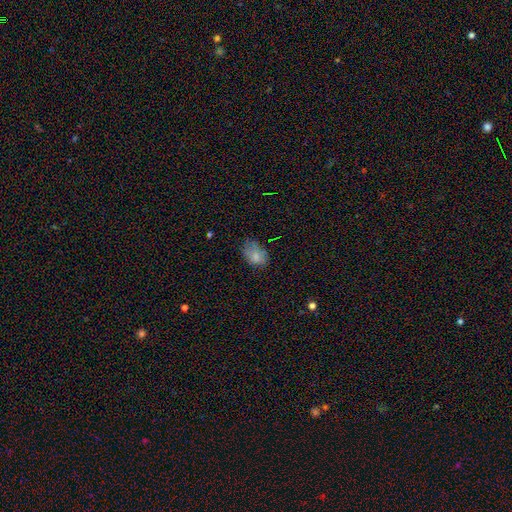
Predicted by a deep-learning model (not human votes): Smooth or featured? smooth (78%)
How rounded? in between (81%)
Merging? none (60%)